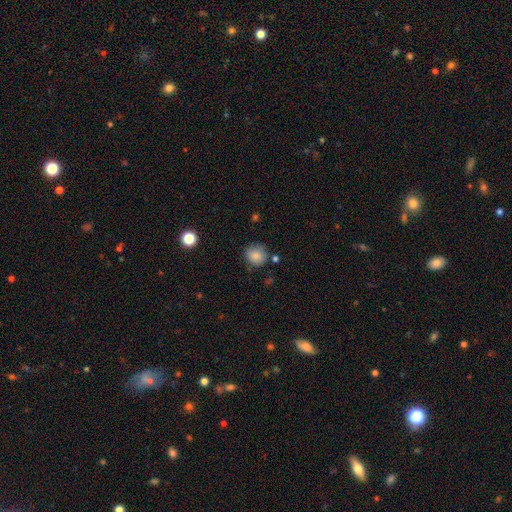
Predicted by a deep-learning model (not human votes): Smooth or featured? smooth (84%)
How rounded? round (86%)
Merging? none (77%)